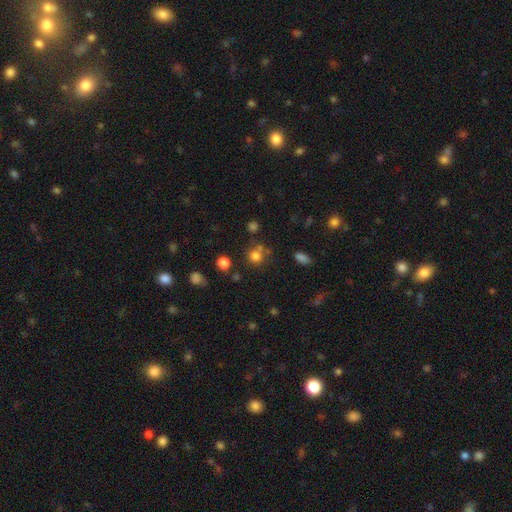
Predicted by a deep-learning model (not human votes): smooth_or_featured: smooth (p=0.77) [alt: star or artifact p=0.16]
how_rounded: round (p=0.89) [alt: in between p=0.10]
merging: none (p=0.70) [alt: merger p=0.16]